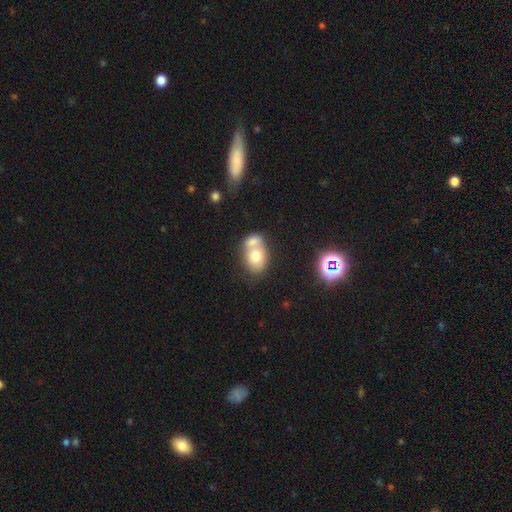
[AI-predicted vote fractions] The model was most divided on "how rounded": in between: 63%, round: 35%, cigar-shaped: 1%. More confident: smooth or featured — smooth (70%); merging — merger (61%).